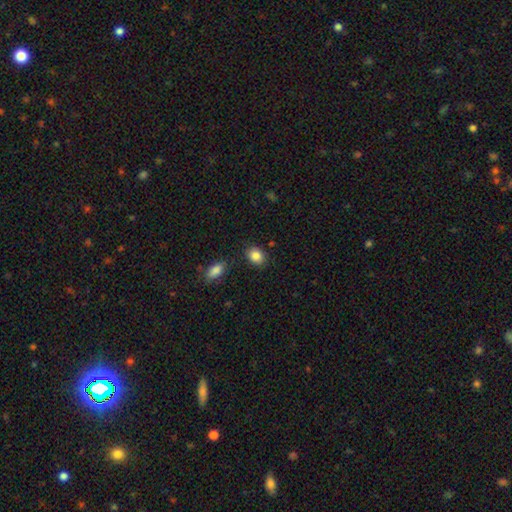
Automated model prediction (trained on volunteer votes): Overall: smooth (87%). How rounded: in between (59%; round 40%). Merging: none (83%).